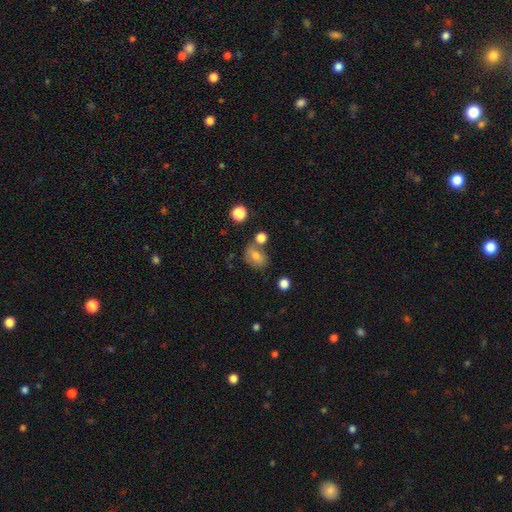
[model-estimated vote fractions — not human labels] This appears to be a smooth galaxy with no disk features (73%) that is in between round and cigar-shaped (69%). Merging: none (56%).